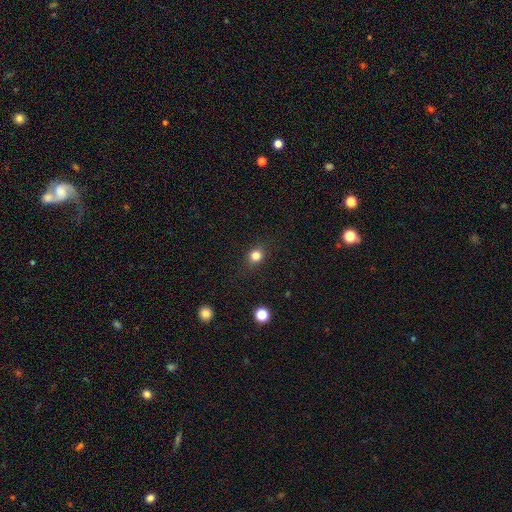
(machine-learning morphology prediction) smooth-or-featured: smooth: 82% | star or artifact: 13% | featured or disk: 6%
  how-rounded: round: 76% | in between: 23% | cigar-shaped: 1%
  merging: none: 85% | minor disturbance: 10% | major disturbance: 3% | merger: 1%